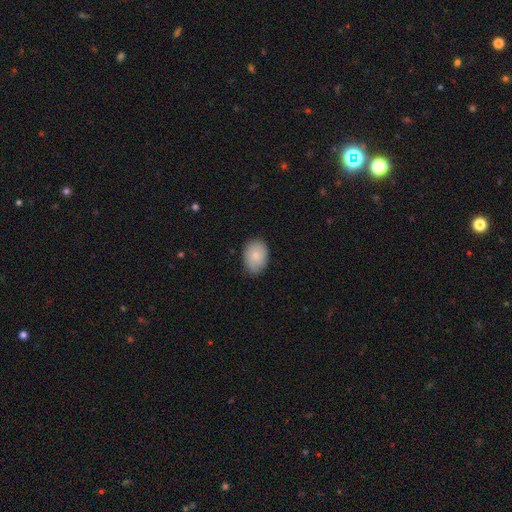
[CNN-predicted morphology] smooth_or_featured: smooth (p=0.85) [alt: featured or disk p=0.09]
how_rounded: in between (p=0.79) [alt: round p=0.20]
merging: none (p=0.82) [alt: minor disturbance p=0.14]